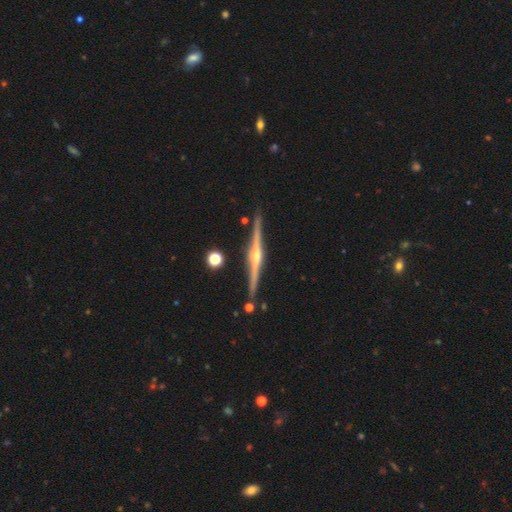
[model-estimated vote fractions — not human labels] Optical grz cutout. It shows a featured or disk galaxy (89%) viewed edge-on (99%) with a rounded central bulge (91%). Merging: none (89%).